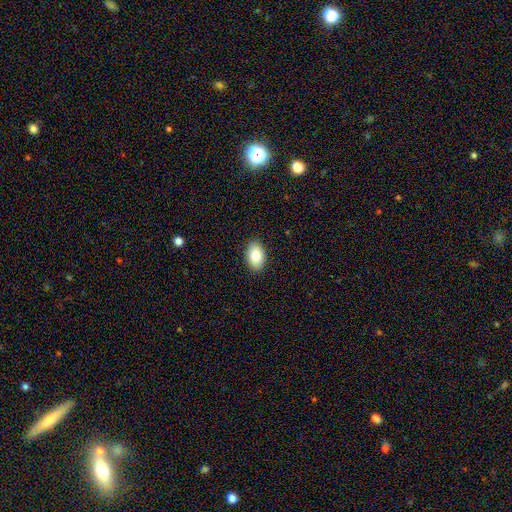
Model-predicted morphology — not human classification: This is clearly a smooth galaxy (84%). How rounded: clearly in between (91%). Merging: clearly none (90%).